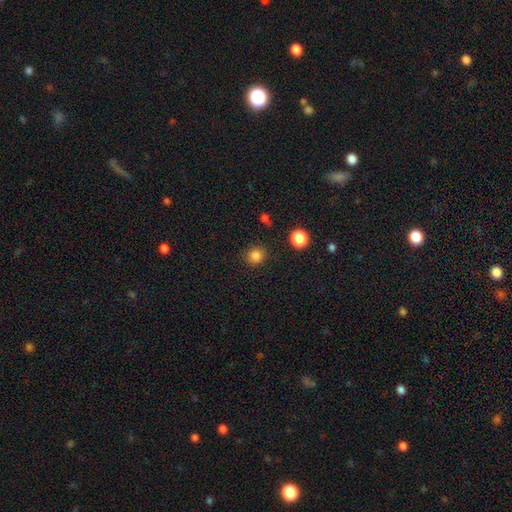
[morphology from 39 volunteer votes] smooth_or_featured: smooth (p=0.82) [alt: featured or disk p=0.13]
how_rounded: round (p=0.84) [alt: in between p=0.16]
merging: none (p=0.84) [alt: minor disturbance p=0.11]